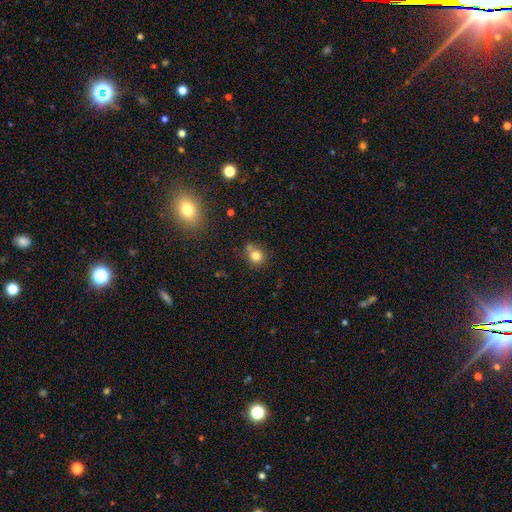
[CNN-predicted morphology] The model was most divided on "merging": none: 63%, minor disturbance: 18%, merger: 14%, major disturbance: 5%. More confident: how rounded — round (80%); smooth or featured — smooth (80%).